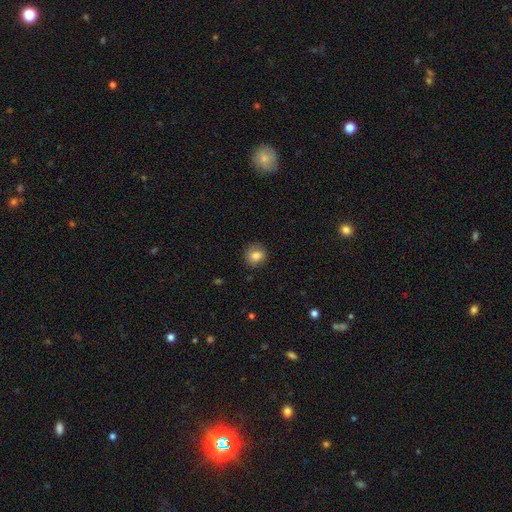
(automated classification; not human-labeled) This appears to be a smooth galaxy with no disk features (82%) that is round (79%). Merging: none (78%).